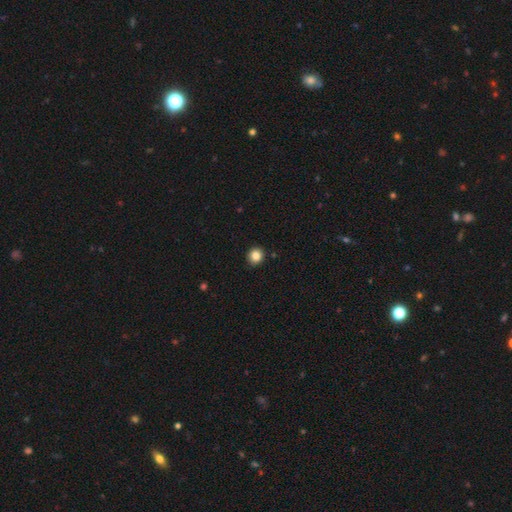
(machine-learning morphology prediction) Q: Smooth or featured?
A: smooth (85%); runner-up: star or artifact (10%)
Q: How rounded?
A: round (89%); runner-up: in between (10%)
Q: Merging?
A: none (92%); runner-up: minor disturbance (6%)